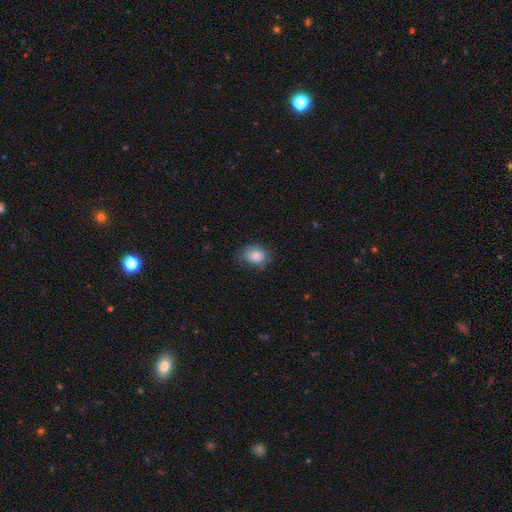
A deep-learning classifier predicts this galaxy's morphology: Smooth or featured? smooth (86%)
How rounded? in between (54%)
Merging? none (68%)